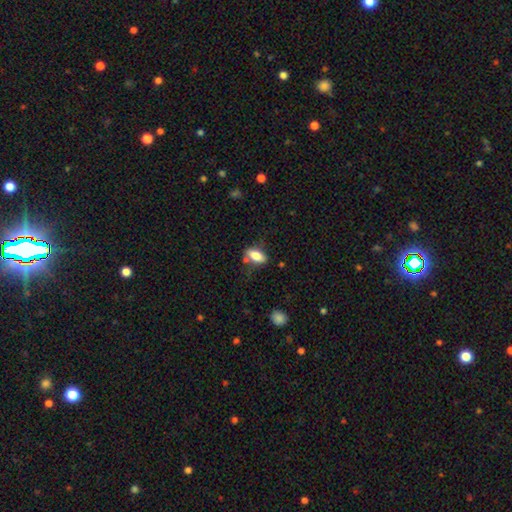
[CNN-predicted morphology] A smooth galaxy with no disk features (78%) that is in between round and cigar-shaped (85%). Merging: none (68%).